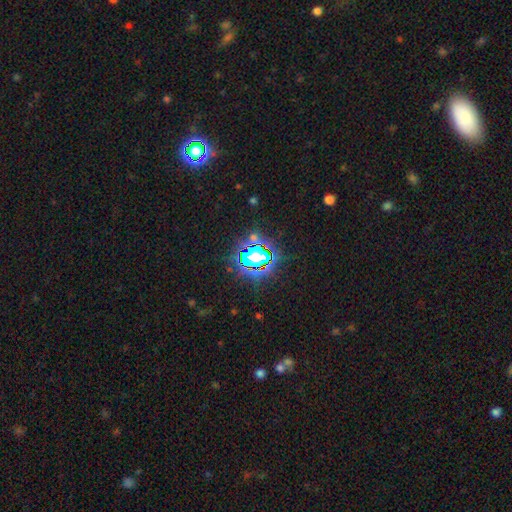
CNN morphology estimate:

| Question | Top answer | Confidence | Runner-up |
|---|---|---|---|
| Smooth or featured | star or artifact | 75% | smooth (16%) |